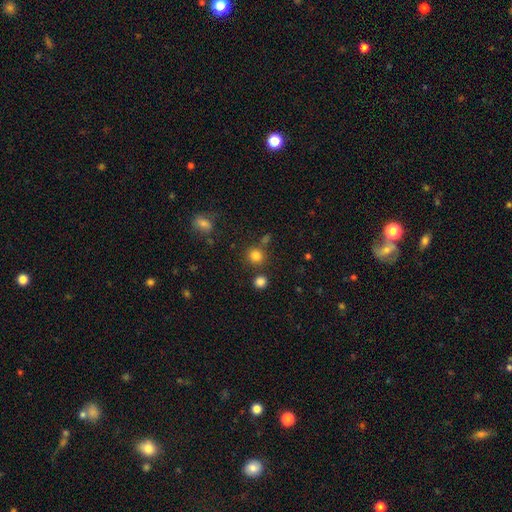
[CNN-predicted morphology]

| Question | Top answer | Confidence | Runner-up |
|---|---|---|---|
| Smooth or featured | smooth | 82% | star or artifact (13%) |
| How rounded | round | 88% | in between (11%) |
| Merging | none | 78% | merger (10%) |